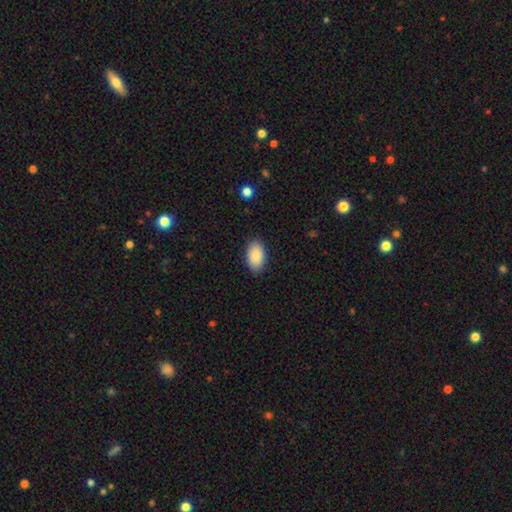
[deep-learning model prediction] Overall: smooth (90%). How rounded: in between (94%). Merging: none (88%).